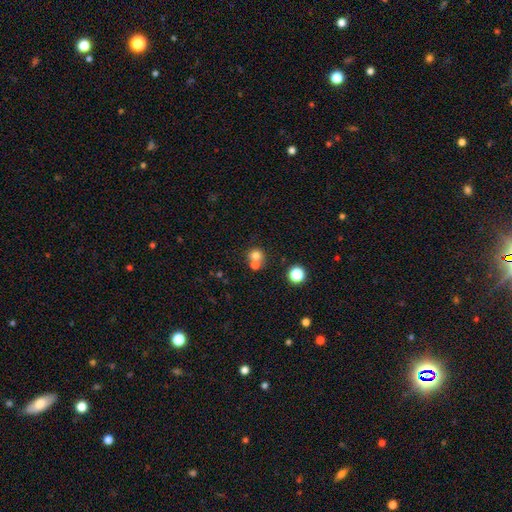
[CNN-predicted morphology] This appears to be a smooth galaxy with no disk features (73%) that is round (84%). Merging: none (46%).